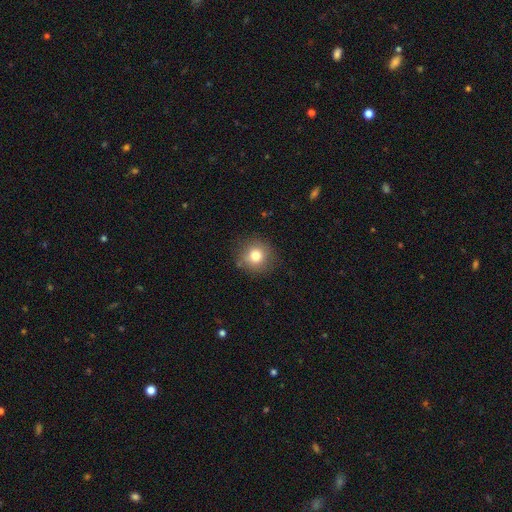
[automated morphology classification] Smooth or featured?
  - smooth: 79% *
  - star or artifact: 11%
  - featured or disk: 10%
How rounded?
  - round: 91% *
  - in between: 8%
  - cigar-shaped: 1%
Merging?
  - none: 85% *
  - minor disturbance: 10%
  - major disturbance: 3%
  - merger: 2%